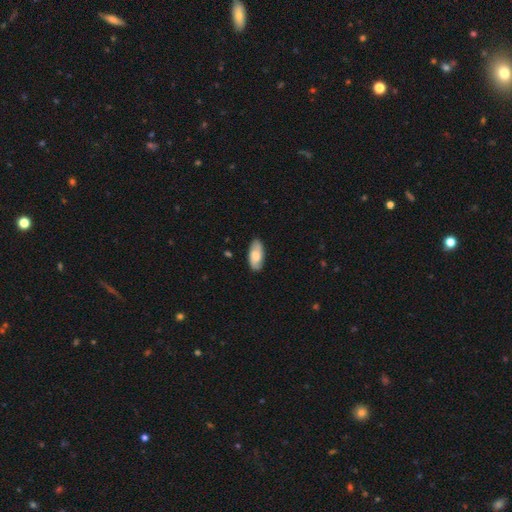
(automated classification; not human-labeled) This appears to be a smooth galaxy with no disk features (61%) that is in between round and cigar-shaped (89%). Merging: none (85%).